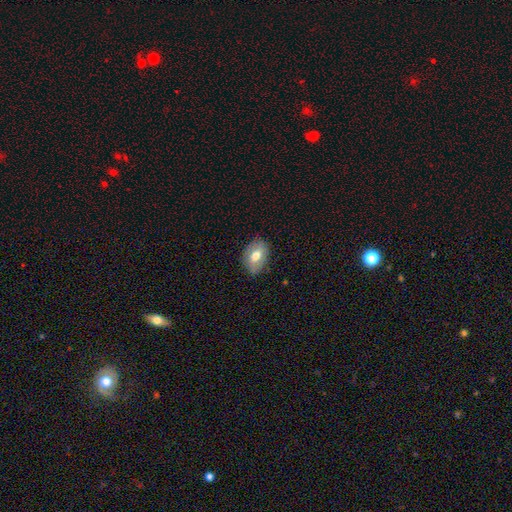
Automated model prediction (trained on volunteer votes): This appears to be a smooth galaxy with no disk features (64%) that is in between round and cigar-shaped (83%). Merging: none (79%).